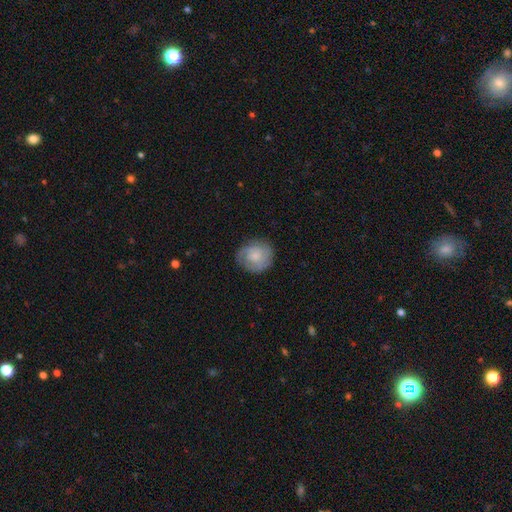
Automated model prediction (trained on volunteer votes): A smooth galaxy with no disk features (47%). Merging: none (78%).